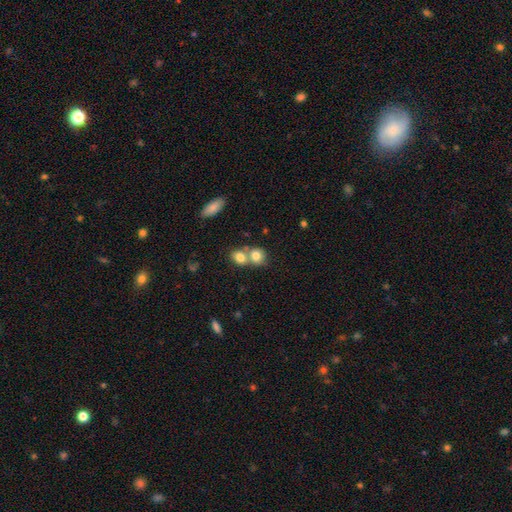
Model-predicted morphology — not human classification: smooth_or_featured: smooth (p=0.79) [alt: featured or disk p=0.11]
how_rounded: round (p=0.69) [alt: in between p=0.30]
merging: merger (p=0.55) [alt: none p=0.34]